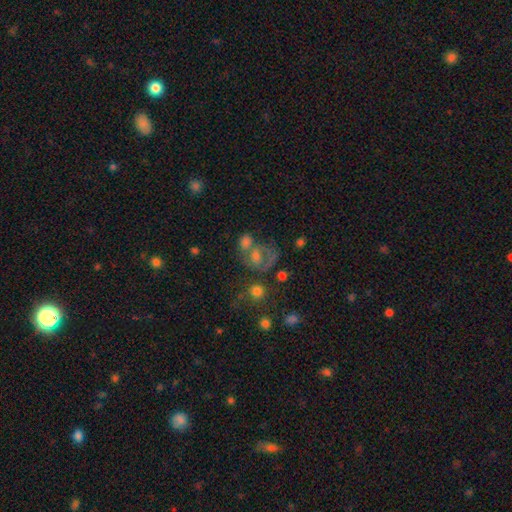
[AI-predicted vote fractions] This is marginally a smooth galaxy (42%). Merging: marginally merger (39%).